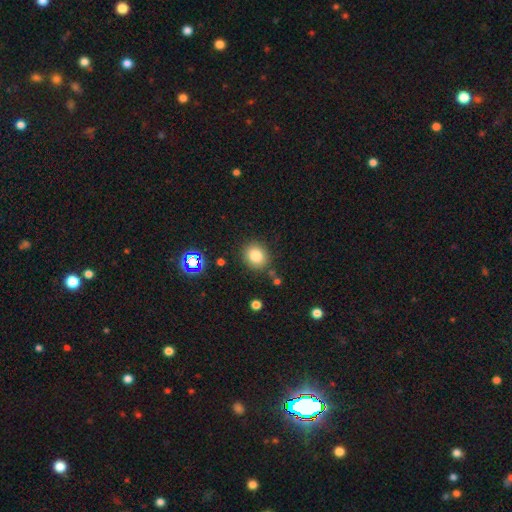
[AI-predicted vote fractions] smooth-or-featured: smooth: 81% | star or artifact: 12% | featured or disk: 7%
  how-rounded: round: 69% | in between: 30% | cigar-shaped: 1%
  merging: none: 83% | minor disturbance: 10% | merger: 3% | major disturbance: 3%